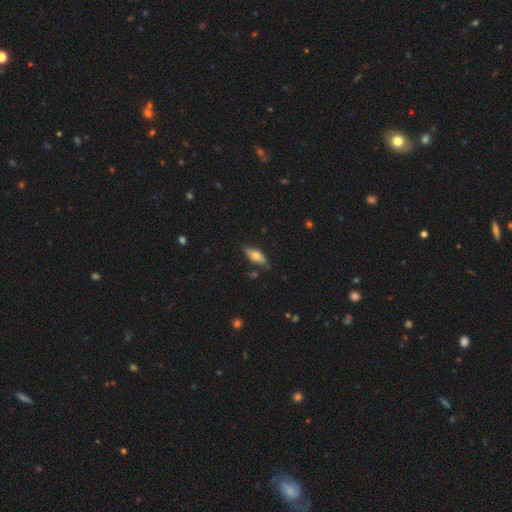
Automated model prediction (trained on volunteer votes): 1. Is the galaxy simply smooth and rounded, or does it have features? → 65% smooth, 28% featured or disk, 7% star or artifact.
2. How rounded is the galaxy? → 73% in between, 24% cigar-shaped, 3% round.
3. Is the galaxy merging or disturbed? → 77% none, 17% minor disturbance, 3% major disturbance, 3% merger.